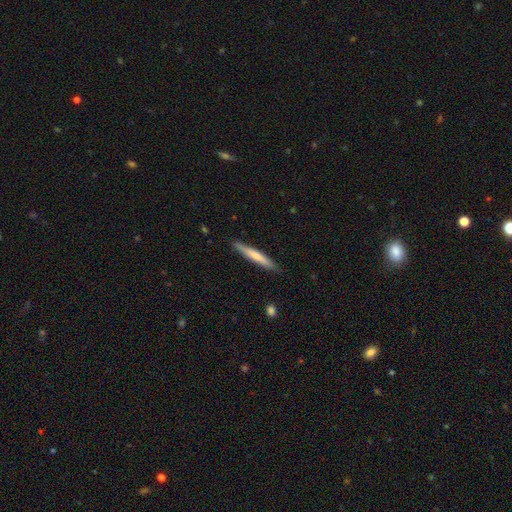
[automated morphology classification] This is likely a smooth galaxy (63%). How rounded: clearly cigar-shaped (95%). Merging: clearly none (89%).